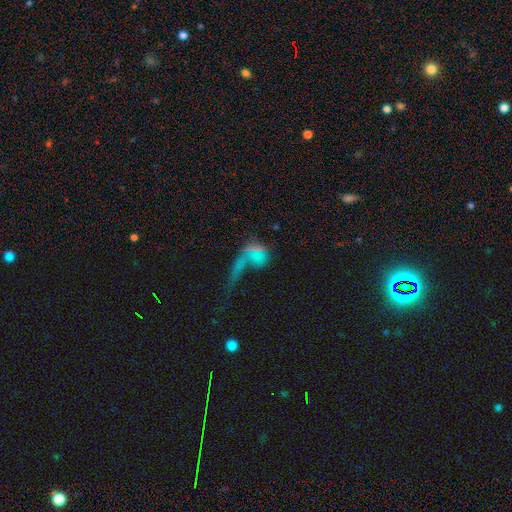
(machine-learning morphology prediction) Overall: smooth (47%; star or artifact 28%). Merging: merger (33%; none 31%).